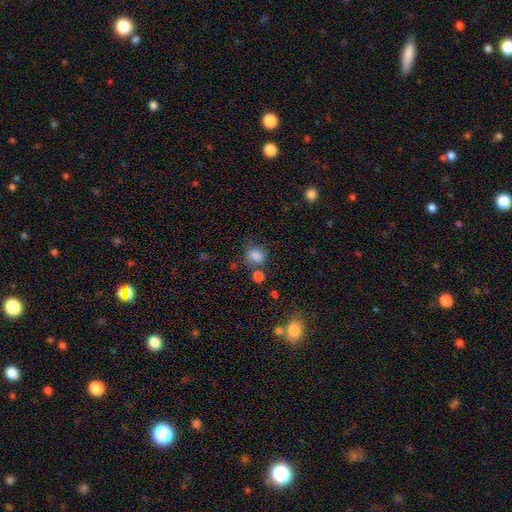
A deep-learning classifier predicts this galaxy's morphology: A smooth galaxy with no disk features (82%) that is round (67%).

Vote fractions:
- Smooth or featured? smooth: 82% / star or artifact: 13% / featured or disk: 6%
- How rounded? round: 67% / in between: 32% / cigar-shaped: 1%
- Merging? none: 62% / minor disturbance: 16% / merger: 14% / major disturbance: 7%